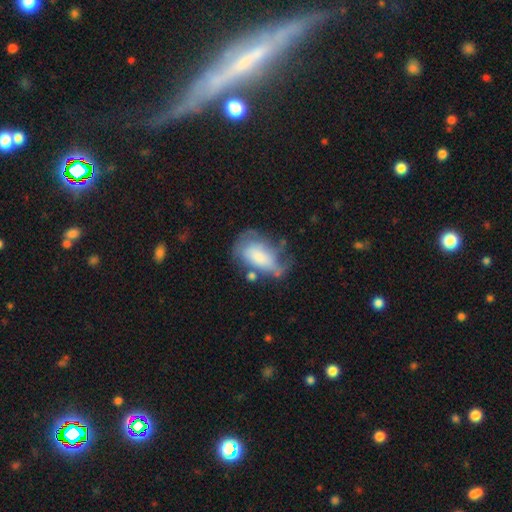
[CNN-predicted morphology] Q: Smooth or featured?
A: smooth (52%); runner-up: featured or disk (39%)
Q: How rounded?
A: in between (88%); runner-up: round (8%)
Q: Merging?
A: none (38%); runner-up: minor disturbance (31%)